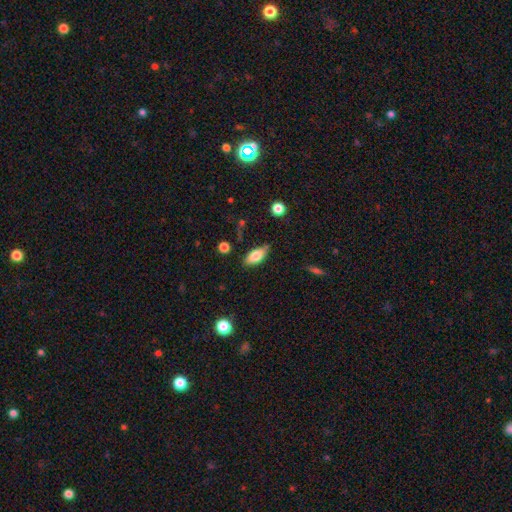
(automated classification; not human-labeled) A smooth galaxy with no disk features (78%) that is in between round and cigar-shaped (85%). Merging: none (75%).